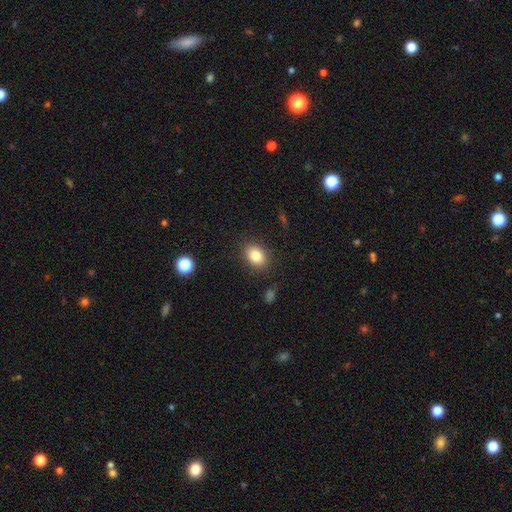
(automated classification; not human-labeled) Smooth or featured? Predicted: smooth (p=0.83). How rounded? Predicted: in between (p=0.68). Merging? Predicted: none (p=0.86).